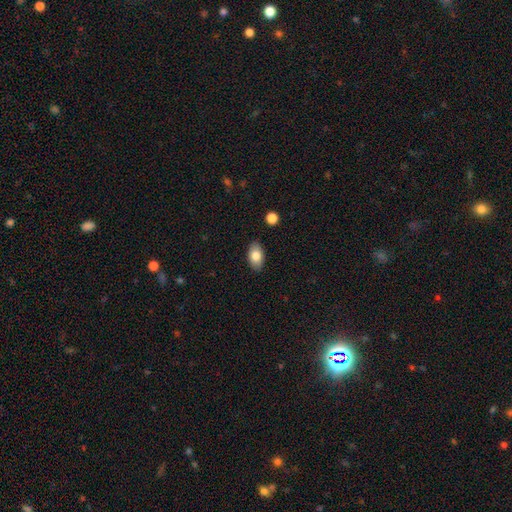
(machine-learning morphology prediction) Smooth or featured?
  - smooth: 82% *
  - featured or disk: 10%
  - star or artifact: 7%
How rounded?
  - in between: 92% *
  - round: 6%
  - cigar-shaped: 2%
Merging?
  - none: 87% *
  - minor disturbance: 9%
  - major disturbance: 2%
  - merger: 1%